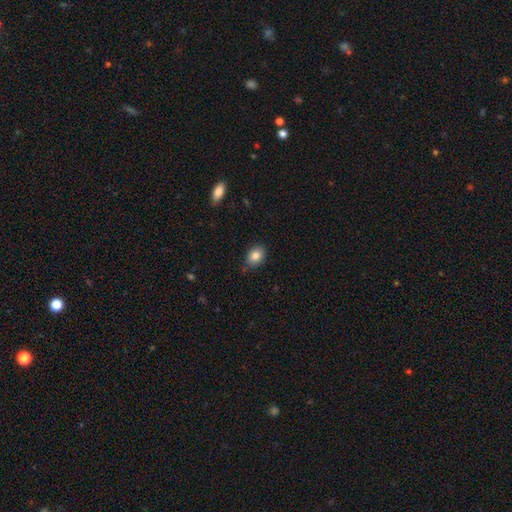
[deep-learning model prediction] smooth 84%, star or artifact 9%, featured or disk 8%. Down the decision tree: how rounded — in between (69%); merging — none (79%).